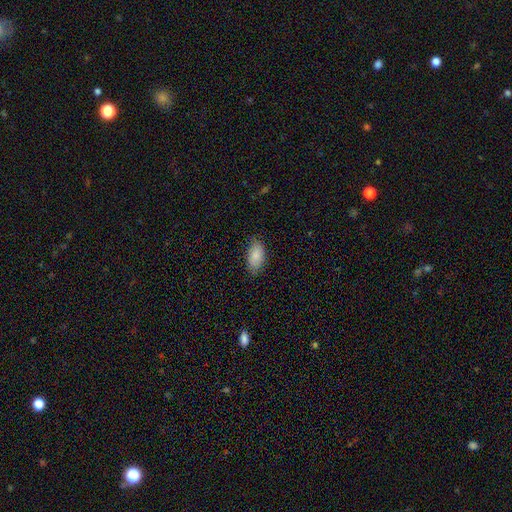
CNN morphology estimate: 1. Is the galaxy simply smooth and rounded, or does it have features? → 88% smooth, 6% star or artifact, 6% featured or disk.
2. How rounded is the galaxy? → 94% in between, 3% cigar-shaped, 3% round.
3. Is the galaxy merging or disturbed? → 82% none, 15% minor disturbance, 3% major disturbance, 1% merger.